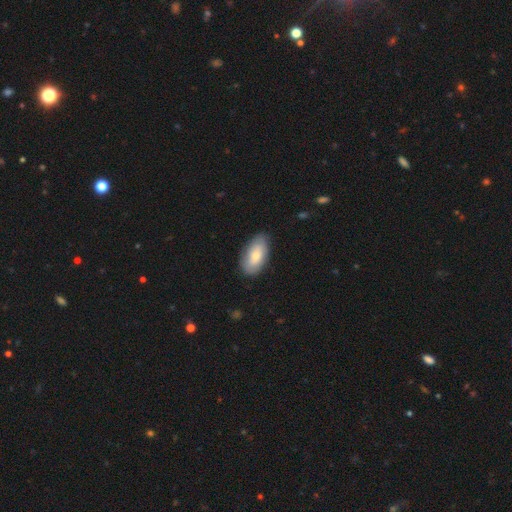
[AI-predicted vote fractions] Morphology: type=smooth (71%); roundness=in between (93%); merging=none (82%).